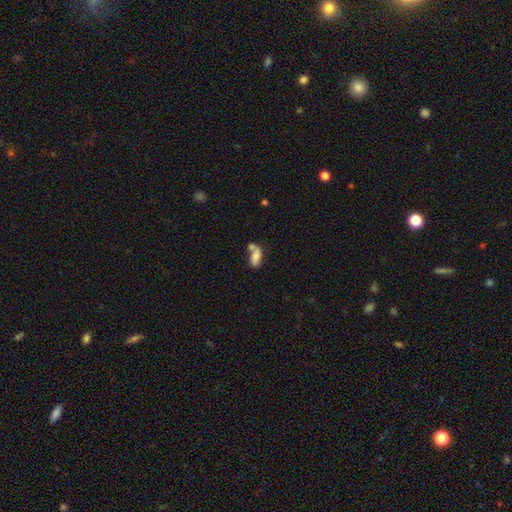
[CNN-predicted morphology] Q: Smooth or featured?
A: smooth (68%); runner-up: featured or disk (23%)
Q: How rounded?
A: in between (88%); runner-up: cigar-shaped (7%)
Q: Merging?
A: merger (47%); runner-up: none (29%)